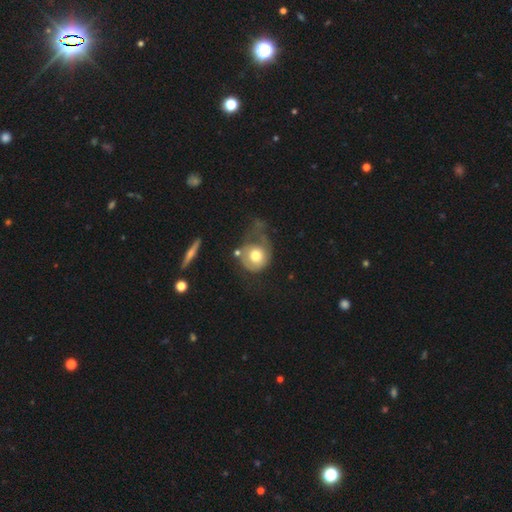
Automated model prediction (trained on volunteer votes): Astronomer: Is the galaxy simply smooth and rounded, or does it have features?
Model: smooth — 59% (runner-up: featured or disk, 34%).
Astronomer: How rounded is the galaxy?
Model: round — 78%.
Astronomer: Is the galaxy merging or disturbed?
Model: major disturbance — 44% (runner-up: none, 25%).